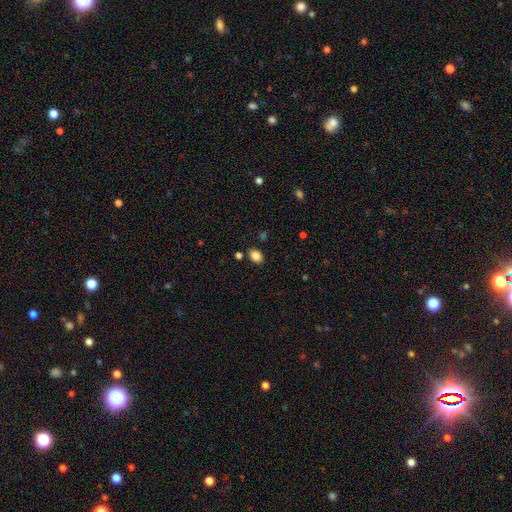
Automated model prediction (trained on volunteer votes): smooth_or_featured: smooth (p=0.85) [alt: star or artifact p=0.10]
how_rounded: in between (p=0.71) [alt: round p=0.28]
merging: none (p=0.84) [alt: minor disturbance p=0.10]